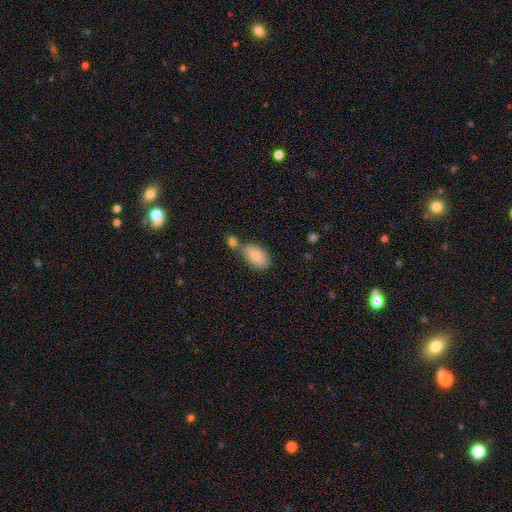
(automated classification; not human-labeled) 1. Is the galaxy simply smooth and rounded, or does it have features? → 78% smooth, 16% featured or disk, 7% star or artifact.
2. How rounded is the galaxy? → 92% in between, 6% round, 2% cigar-shaped.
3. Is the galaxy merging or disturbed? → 50% none, 29% merger, 16% minor disturbance, 4% major disturbance.